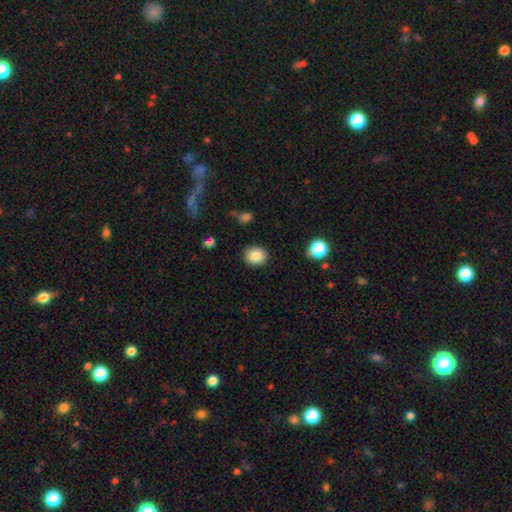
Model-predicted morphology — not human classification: This is clearly a smooth galaxy (86%). How rounded: likely round (68%). Merging: clearly none (88%).